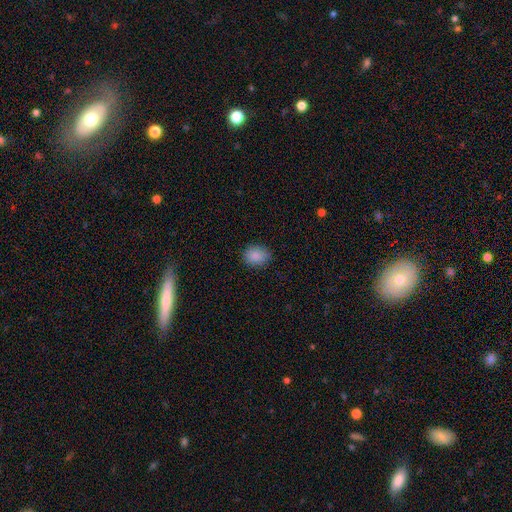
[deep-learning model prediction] The model was most divided on "how rounded": round: 55%, in between: 44%, cigar-shaped: 1%. More confident: smooth or featured — smooth (87%); merging — none (85%).